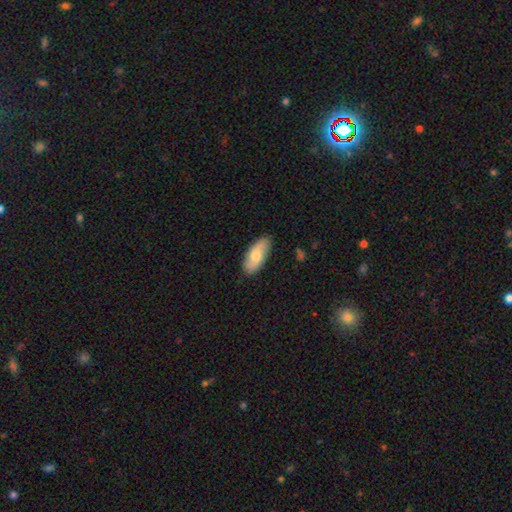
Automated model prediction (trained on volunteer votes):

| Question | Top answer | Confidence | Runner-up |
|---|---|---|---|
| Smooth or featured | smooth | 64% | featured or disk (30%) |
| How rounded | in between | 85% | cigar-shaped (12%) |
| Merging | none | 84% | minor disturbance (13%) |